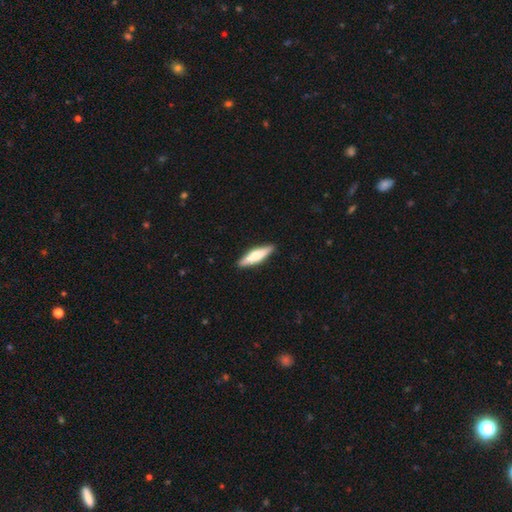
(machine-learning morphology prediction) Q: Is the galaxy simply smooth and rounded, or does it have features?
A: smooth — 55%.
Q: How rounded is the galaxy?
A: cigar-shaped — 72%.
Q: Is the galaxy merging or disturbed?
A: none — 90%.